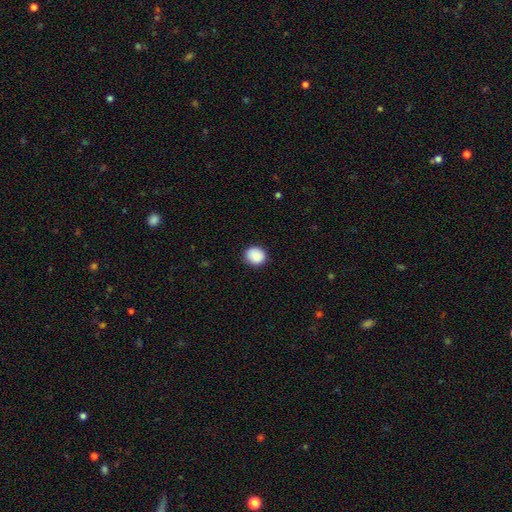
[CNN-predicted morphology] smooth_or_featured: smooth (p=0.89) [alt: star or artifact p=0.08]
how_rounded: round (p=0.78) [alt: in between p=0.21]
merging: none (p=0.89) [alt: minor disturbance p=0.08]